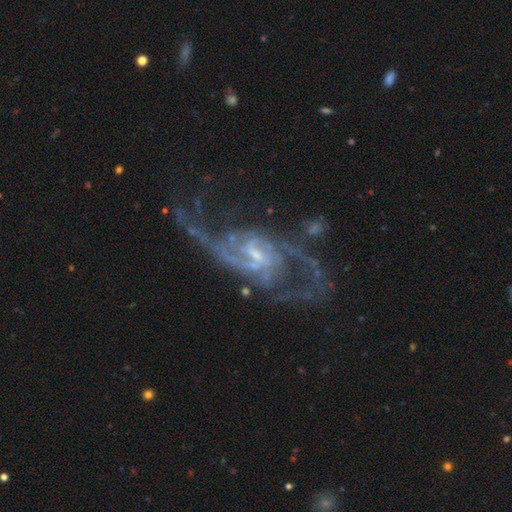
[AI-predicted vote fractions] Smooth or featured? featured or disk (91%)
Edge-on disk? no (97%)
Bar? weak (56%)
Spiral arms? yes (97%)
Spiral winding? loose (45%)
Spiral arm count? 2 (79%)
Bulge size? small (64%)
Merging? none (52%)